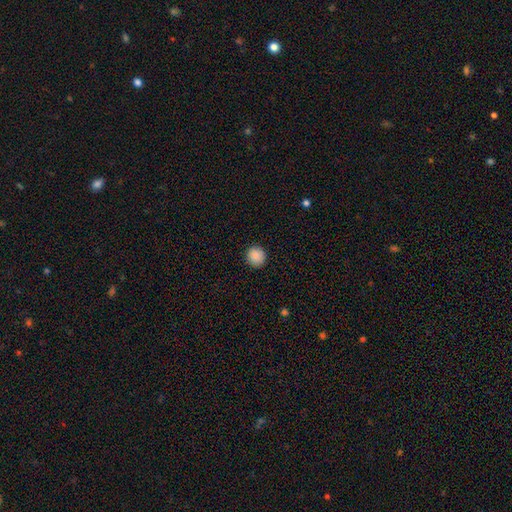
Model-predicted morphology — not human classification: Overall: smooth (89%). How rounded: round (93%). Merging: none (92%).